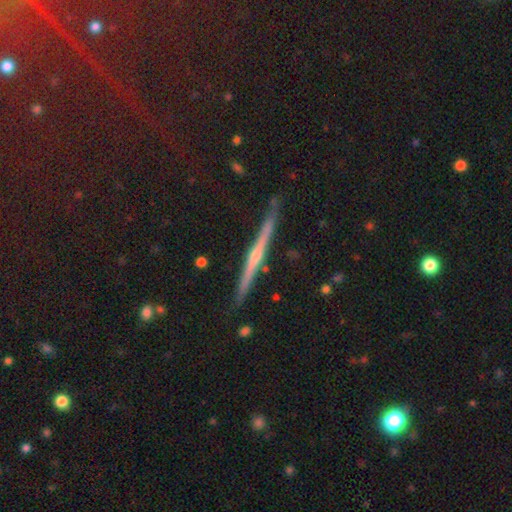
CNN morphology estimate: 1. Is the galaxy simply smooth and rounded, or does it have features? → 77% featured or disk, 14% smooth, 10% star or artifact.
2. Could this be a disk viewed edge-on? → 98% yes, 2% no.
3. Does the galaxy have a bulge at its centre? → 71% rounded, 22% none, 7% boxy.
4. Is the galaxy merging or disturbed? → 88% none, 9% minor disturbance, 2% merger, 2% major disturbance.